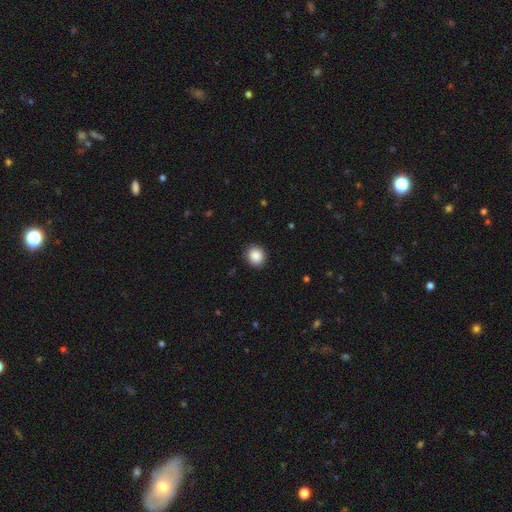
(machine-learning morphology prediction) smooth-or-featured: smooth: 88% | star or artifact: 8% | featured or disk: 3%
  how-rounded: round: 81% | in between: 18% | cigar-shaped: 1%
  merging: none: 89% | minor disturbance: 8% | major disturbance: 2% | merger: 1%